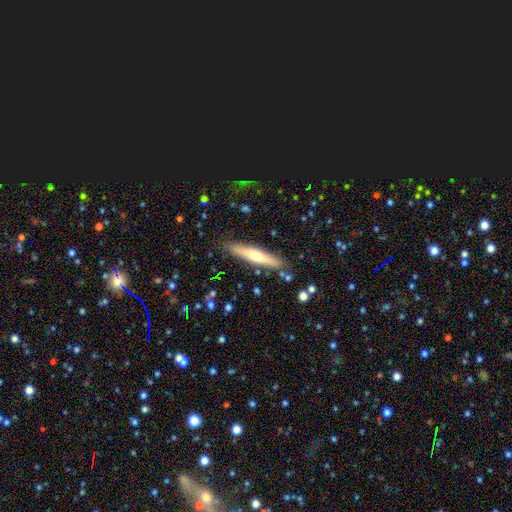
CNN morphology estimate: Smooth or featured?
  - smooth: 50% *
  - featured or disk: 44%
  - star or artifact: 6%
How rounded?
  - cigar-shaped: 87% *
  - in between: 11%
  - round: 1%
Merging?
  - none: 86% *
  - minor disturbance: 10%
  - merger: 2%
  - major disturbance: 2%